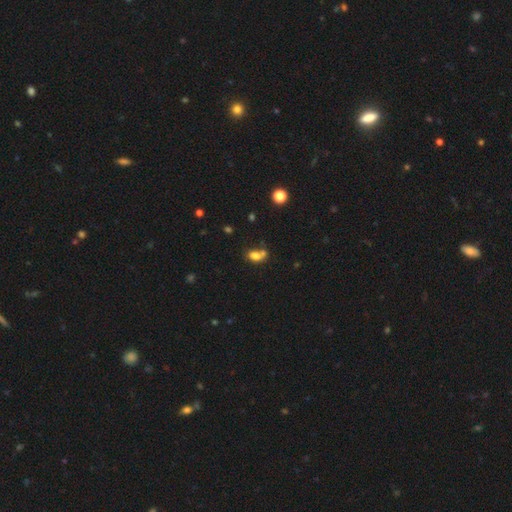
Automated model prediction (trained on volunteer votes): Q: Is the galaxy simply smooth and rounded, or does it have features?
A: smooth — 76%.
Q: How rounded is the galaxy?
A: in between — 76%.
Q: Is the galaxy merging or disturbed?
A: merger — 41%.